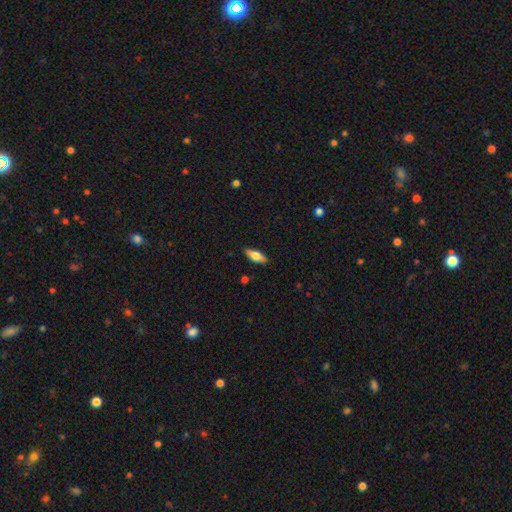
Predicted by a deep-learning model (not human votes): Smooth or featured?
  - smooth: 65% *
  - featured or disk: 29%
  - star or artifact: 6%
How rounded?
  - in between: 69% *
  - cigar-shaped: 28%
  - round: 3%
Merging?
  - none: 89% *
  - minor disturbance: 8%
  - major disturbance: 2%
  - merger: 1%